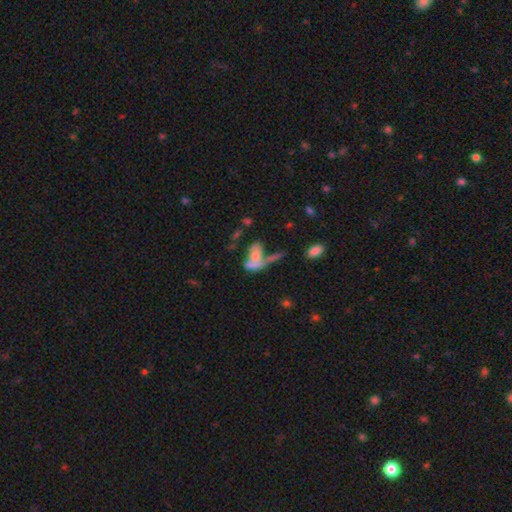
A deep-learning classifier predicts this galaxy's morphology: Q: Smooth or featured?
A: smooth (59%); runner-up: featured or disk (29%)
Q: How rounded?
A: in between (80%); runner-up: cigar-shaped (12%)
Q: Merging?
A: merger (46%); runner-up: none (26%)